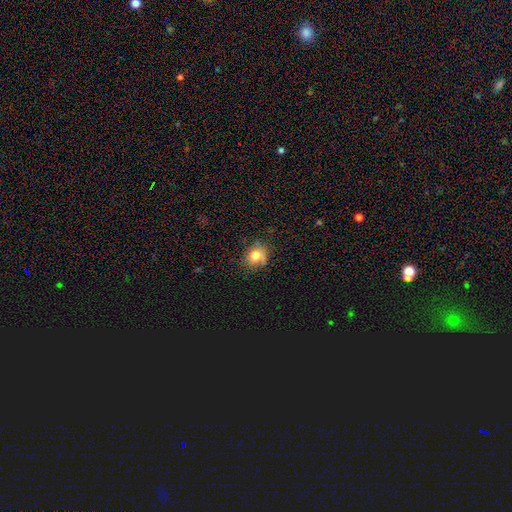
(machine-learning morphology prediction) This is likely a smooth galaxy (76%). How rounded: likely round (70%). Merging: likely none (70%).